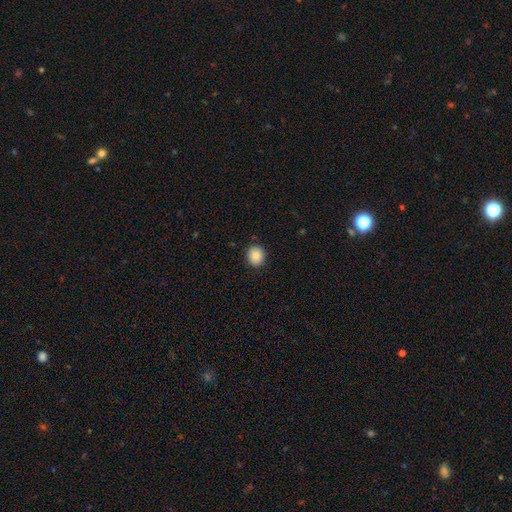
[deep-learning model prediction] Smooth or featured?
  - smooth: 88% *
  - star or artifact: 9%
  - featured or disk: 4%
How rounded?
  - round: 77% *
  - in between: 22%
  - cigar-shaped: 1%
Merging?
  - none: 90% *
  - minor disturbance: 7%
  - major disturbance: 2%
  - merger: 1%